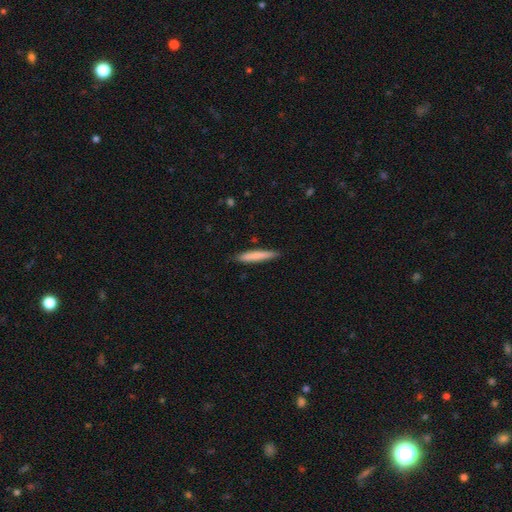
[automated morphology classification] Smooth or featured? smooth (78%)
How rounded? cigar-shaped (93%)
Merging? none (88%)